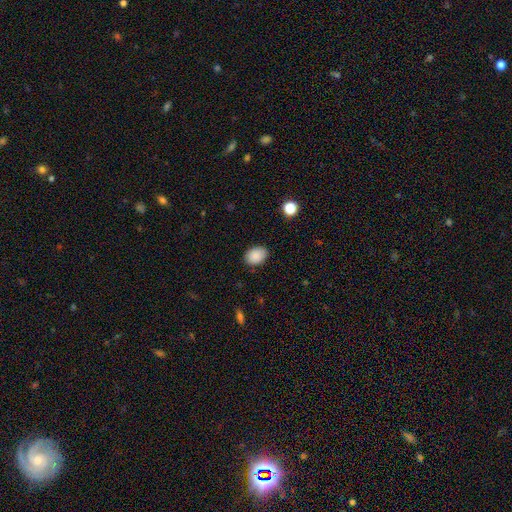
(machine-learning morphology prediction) The model was most divided on "how rounded": in between: 77%, round: 22%, cigar-shaped: 1%. More confident: smooth or featured — smooth (89%); merging — none (85%).